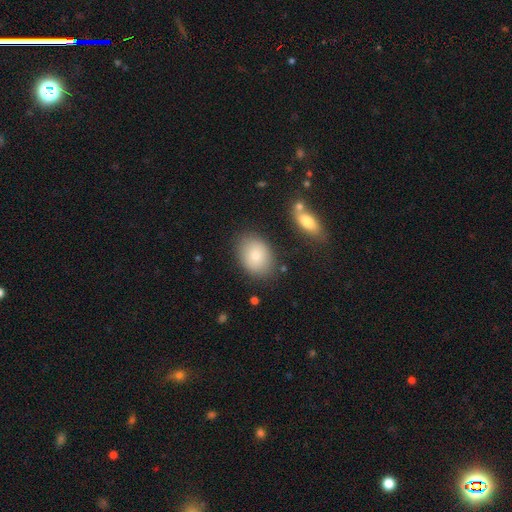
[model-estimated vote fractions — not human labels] This is clearly a smooth galaxy (83%). How rounded: likely in between (75%). Merging: clearly none (80%).